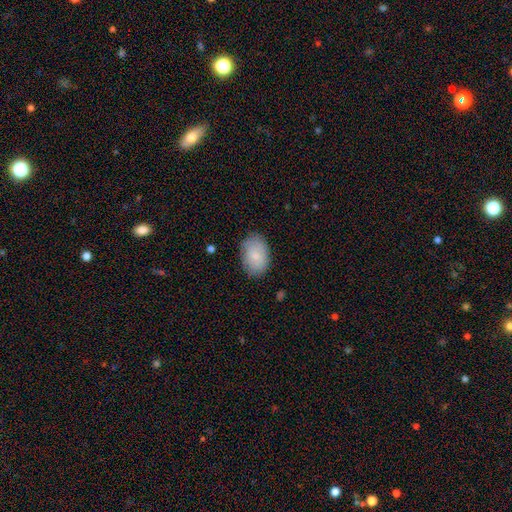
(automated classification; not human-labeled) A smooth galaxy with no disk features (82%) that is in between round and cigar-shaped (85%). Merging: none (81%).